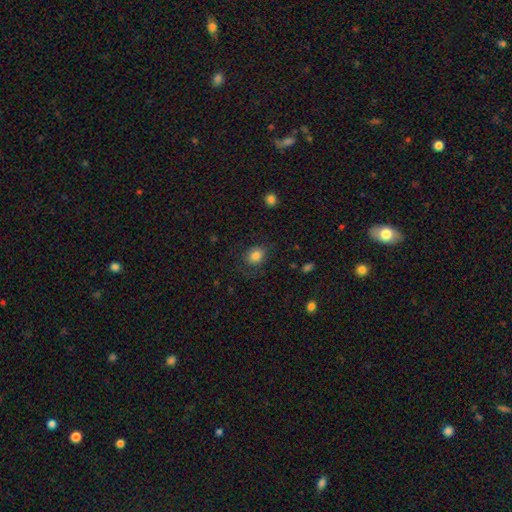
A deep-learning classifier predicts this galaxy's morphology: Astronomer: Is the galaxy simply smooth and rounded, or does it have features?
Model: smooth — 82%.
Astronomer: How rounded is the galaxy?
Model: round — 53% (runner-up: in between, 46%).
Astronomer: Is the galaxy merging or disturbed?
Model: none — 70%.